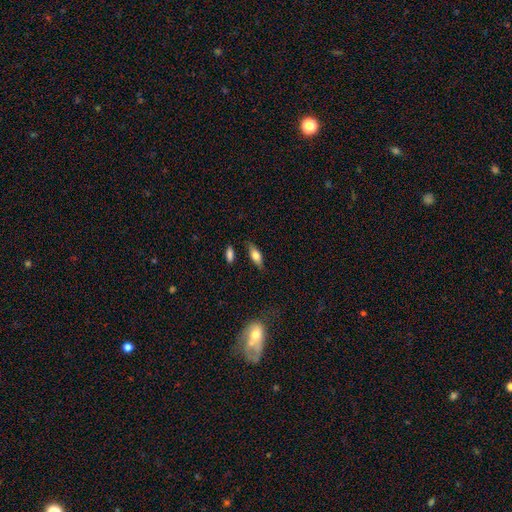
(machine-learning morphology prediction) smooth-or-featured: smooth: 70% | featured or disk: 23% | star or artifact: 7%
  how-rounded: in between: 76% | cigar-shaped: 21% | round: 3%
  merging: none: 79% | minor disturbance: 14% | major disturbance: 3% | merger: 3%